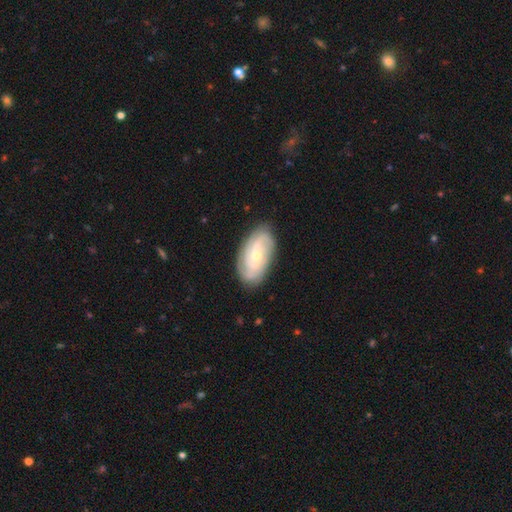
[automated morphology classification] Smooth or featured? featured or disk (76%)
Edge-on disk? no (95%)
Bar? no (63%)
Spiral arms? yes (93%)
Spiral winding? tight (63%)
Spiral arm count? can't tell (33%)
Bulge size? small (59%)
Merging? none (82%)